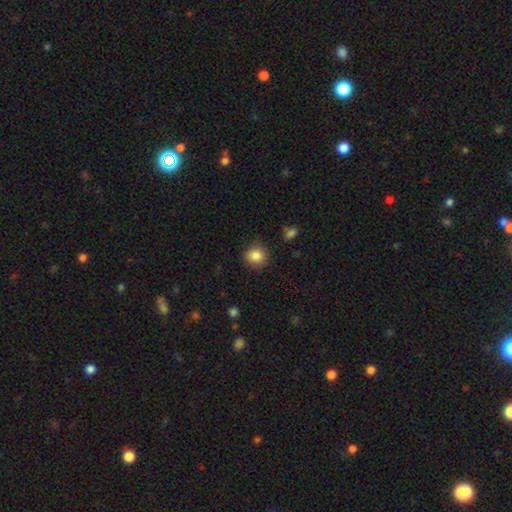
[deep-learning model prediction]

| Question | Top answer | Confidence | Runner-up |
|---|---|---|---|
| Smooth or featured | smooth | 85% | star or artifact (10%) |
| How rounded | round | 90% | in between (9%) |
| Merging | none | 88% | minor disturbance (8%) |